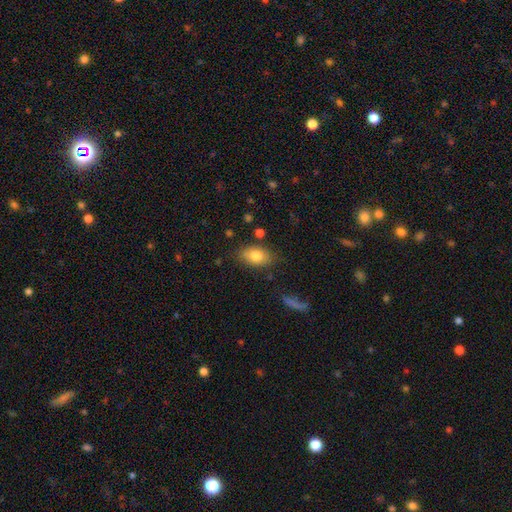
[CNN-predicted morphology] smooth 80%, featured or disk 12%, star or artifact 8%. Down the decision tree: how rounded — in between (88%); merging — none (80%).